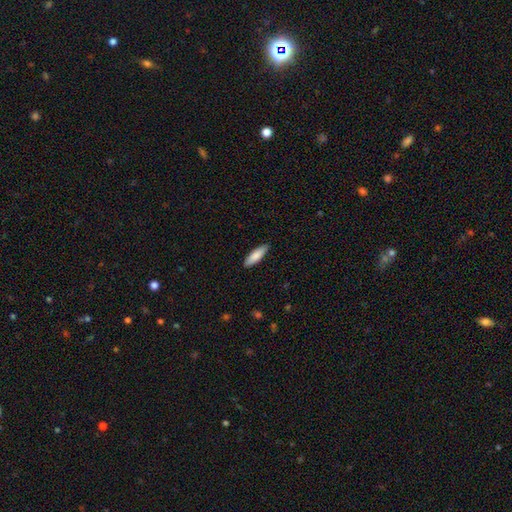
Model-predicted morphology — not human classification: smooth 84%, featured or disk 11%, star or artifact 5%. Down the decision tree: how rounded — cigar-shaped (55%); merging — none (88%).